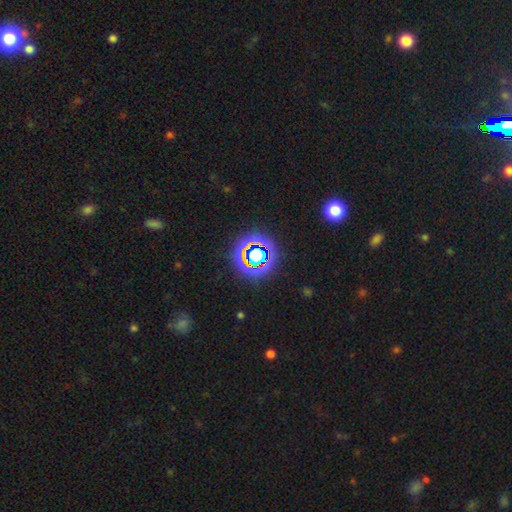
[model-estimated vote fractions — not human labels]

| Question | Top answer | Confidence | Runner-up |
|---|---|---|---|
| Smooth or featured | star or artifact | 71% | smooth (18%) |